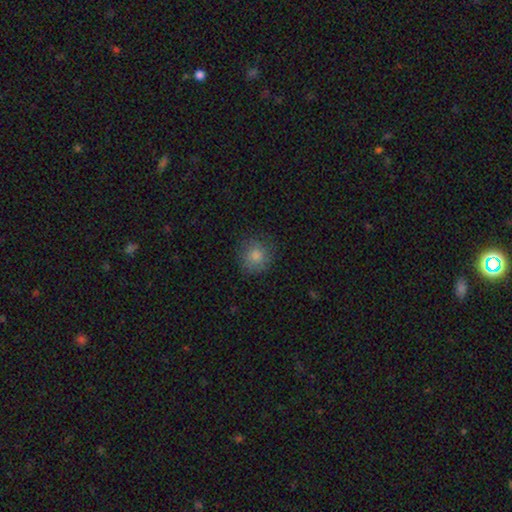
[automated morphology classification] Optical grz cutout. It shows a smooth galaxy with no disk features (81%) that is round (91%). Merging: none (86%).